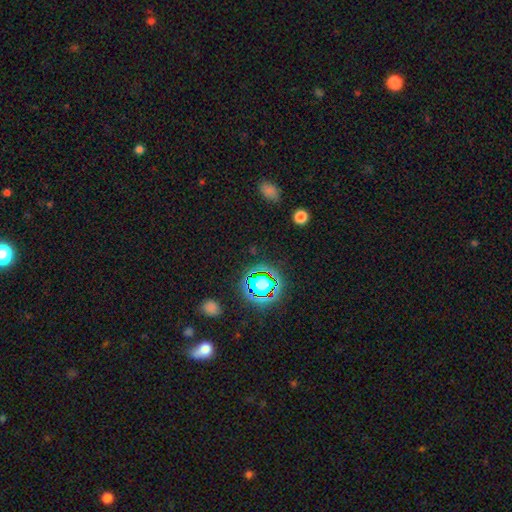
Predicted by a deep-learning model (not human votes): star or artifact 71%, smooth 20%, featured or disk 9%.